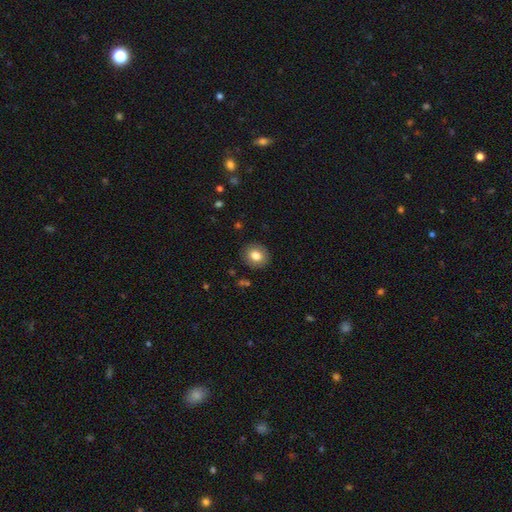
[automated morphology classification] Smooth or featured? smooth (80%)
How rounded? round (72%)
Merging? none (89%)